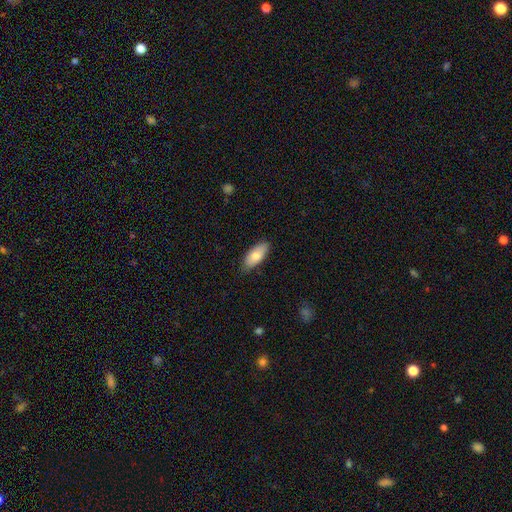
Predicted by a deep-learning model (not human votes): A smooth galaxy with no disk features (79%) that is in between round and cigar-shaped (84%).

Vote fractions:
- Smooth or featured? smooth: 79% / featured or disk: 15% / star or artifact: 6%
- How rounded? in between: 84% / cigar-shaped: 14% / round: 2%
- Merging? none: 83% / minor disturbance: 13% / major disturbance: 2% / merger: 1%